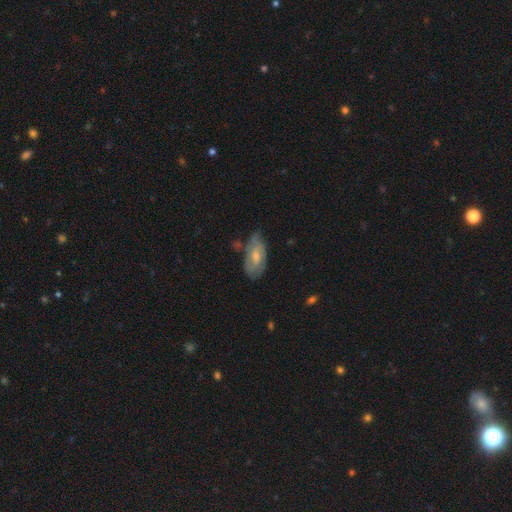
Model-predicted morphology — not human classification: This appears to be a featured or disk galaxy (52%). Merging: none (57%).